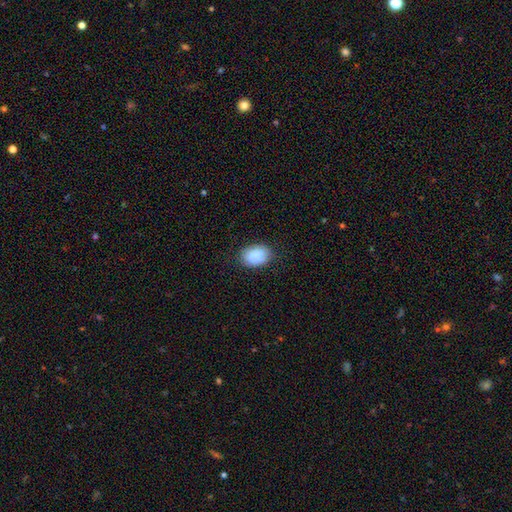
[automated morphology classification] smooth_or_featured: smooth (p=0.89) [alt: star or artifact p=0.06]
how_rounded: in between (p=0.84) [alt: round p=0.15]
merging: none (p=0.82) [alt: minor disturbance p=0.14]